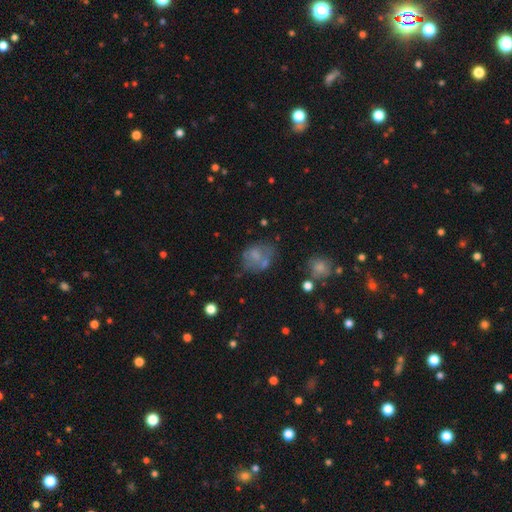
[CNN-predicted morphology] A smooth galaxy with no disk features (54%) that is in between round and cigar-shaped (57%). Merging: none (42%).